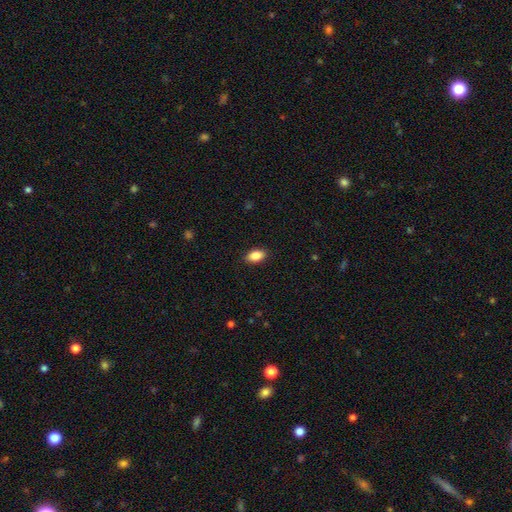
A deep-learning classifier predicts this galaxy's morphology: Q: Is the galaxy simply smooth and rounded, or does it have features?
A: smooth — 86%.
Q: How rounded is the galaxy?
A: in between — 91%.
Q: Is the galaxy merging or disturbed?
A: none — 89%.